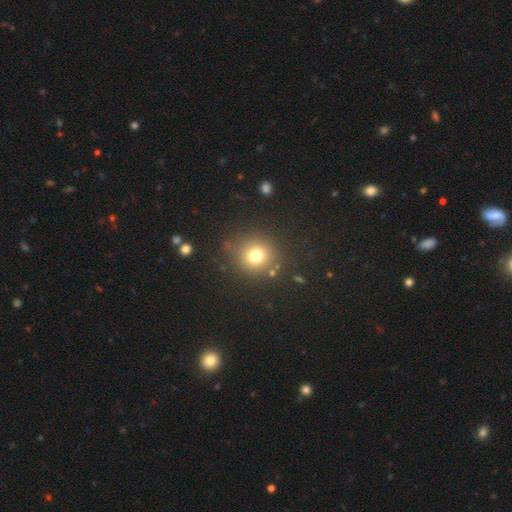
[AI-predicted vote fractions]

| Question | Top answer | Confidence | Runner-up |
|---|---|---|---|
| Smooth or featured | smooth | 74% | star or artifact (16%) |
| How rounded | round | 89% | in between (10%) |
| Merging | none | 82% | minor disturbance (10%) |